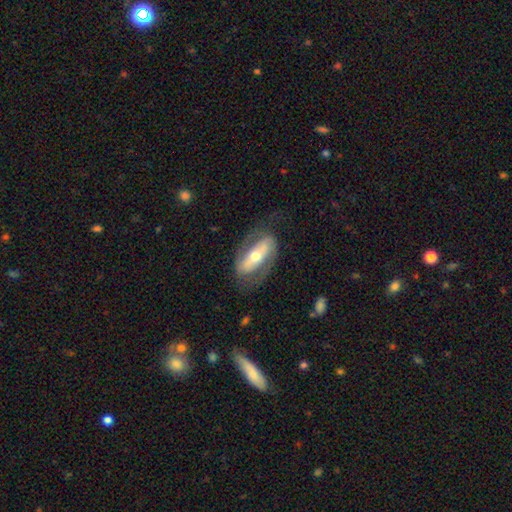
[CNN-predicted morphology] The model was most divided on "bulge size": moderate: 59%, small: 31%, large: 7%, dominant: 1%, none: 1%. More confident: edge-on disk — no (87%); spiral arms — yes (75%); smooth or featured — featured or disk (73%); merging — none (68%); bar — strong (58%).